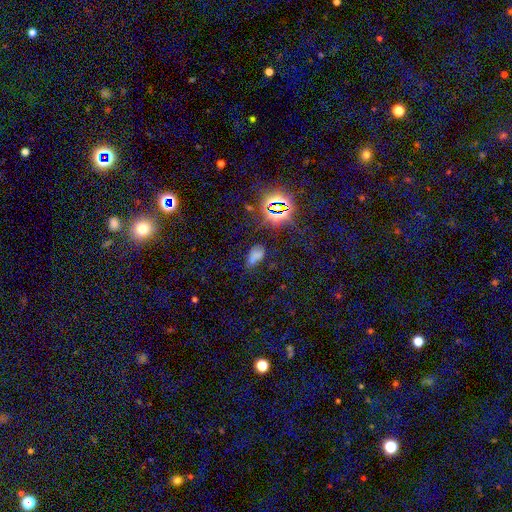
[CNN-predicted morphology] type=smooth (56%); roundness=in between (88%); merging=none (51%).